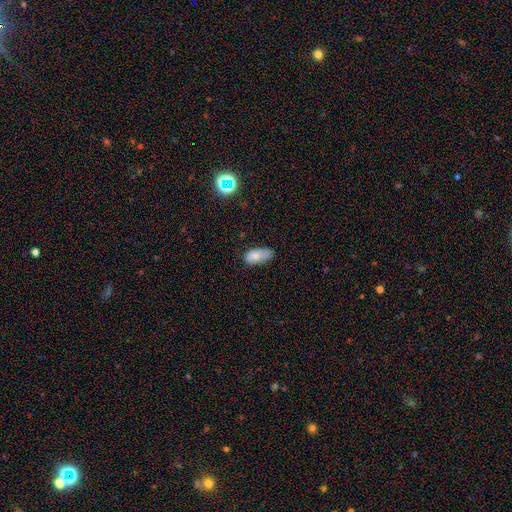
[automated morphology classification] Q: Smooth or featured?
A: smooth (76%); runner-up: featured or disk (15%)
Q: How rounded?
A: in between (91%); runner-up: cigar-shaped (6%)
Q: Merging?
A: none (51%); runner-up: minor disturbance (37%)